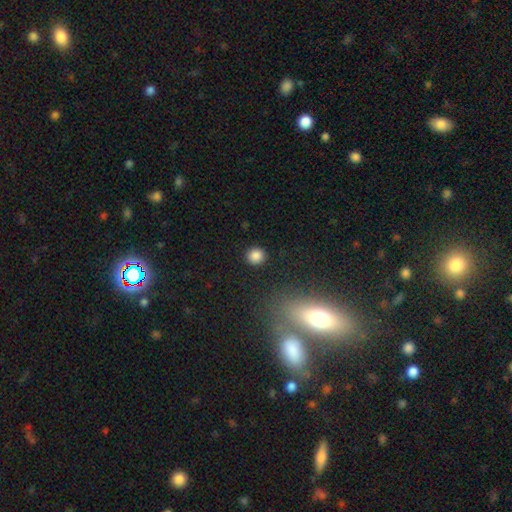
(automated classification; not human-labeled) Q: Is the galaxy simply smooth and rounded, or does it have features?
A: smooth — 85%.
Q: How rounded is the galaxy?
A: round — 90%.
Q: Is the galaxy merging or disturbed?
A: none — 91%.